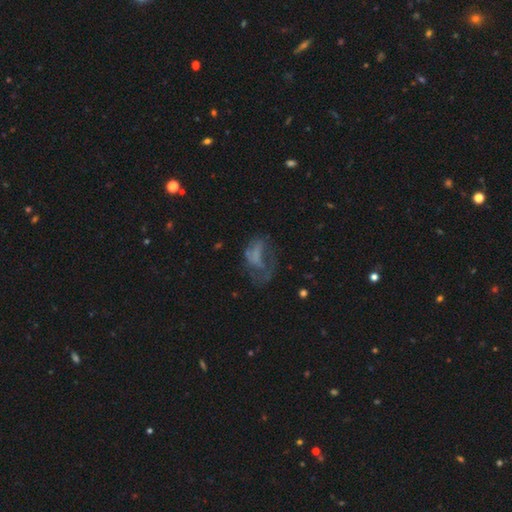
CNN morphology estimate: Smooth or featured? Predicted: featured or disk (p=0.47). Merging? Predicted: major disturbance (p=0.50).